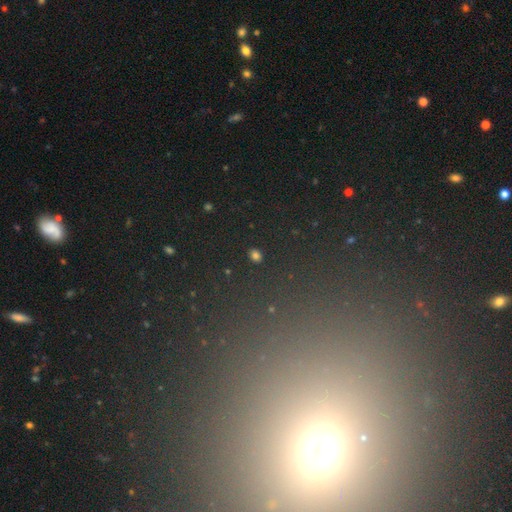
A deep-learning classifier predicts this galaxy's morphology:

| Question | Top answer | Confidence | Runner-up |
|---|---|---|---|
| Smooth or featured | smooth | 72% | star or artifact (22%) |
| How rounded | round | 50% | in between (48%) |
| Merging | none | 89% | minor disturbance (6%) |